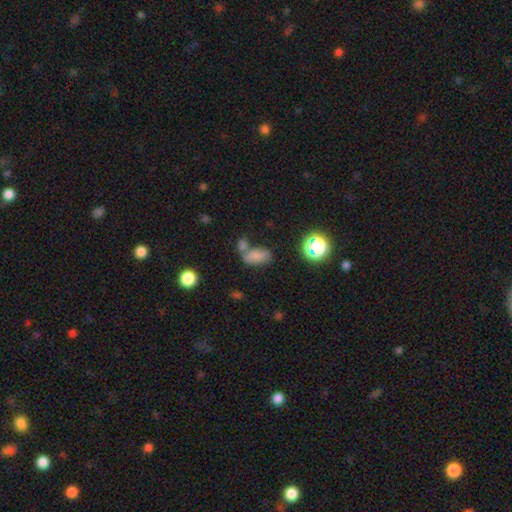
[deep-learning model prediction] smooth_or_featured: smooth (p=0.72) [alt: star or artifact p=0.16]
how_rounded: in between (p=0.88) [alt: round p=0.08]
merging: none (p=0.41) [alt: merger p=0.36]